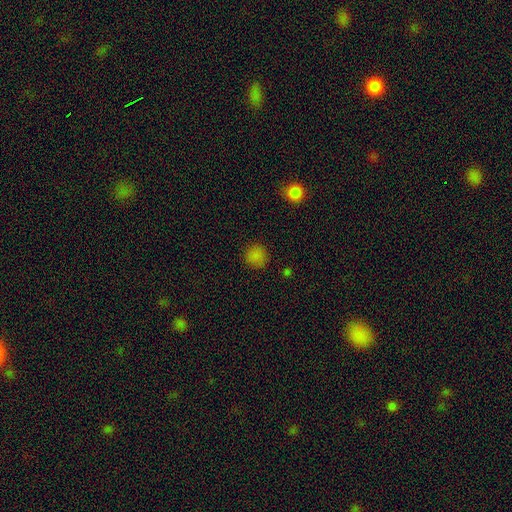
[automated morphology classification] smooth_or_featured: smooth (p=0.81) [alt: star or artifact p=0.15]
how_rounded: round (p=0.92) [alt: in between p=0.07]
merging: none (p=0.88) [alt: minor disturbance p=0.08]